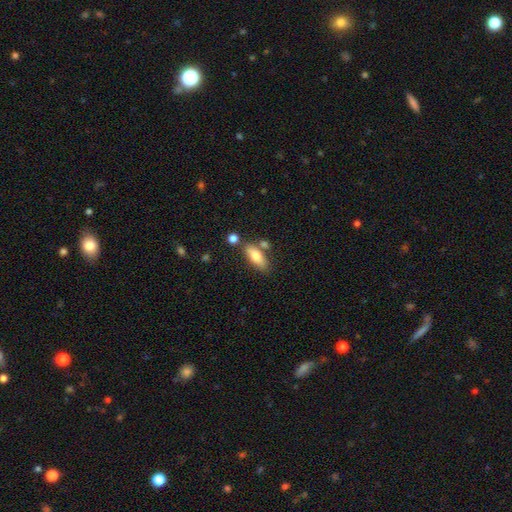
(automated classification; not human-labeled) Overall: smooth (77%). How rounded: in between (75%). Merging: none (68%).